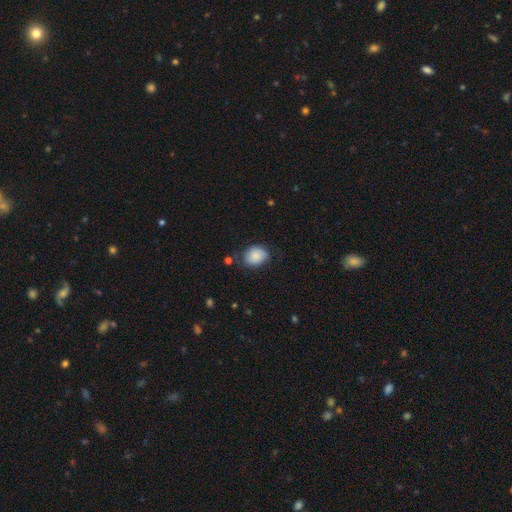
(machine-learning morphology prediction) type=smooth (80%); roundness=in between (56%); merging=none (64%).